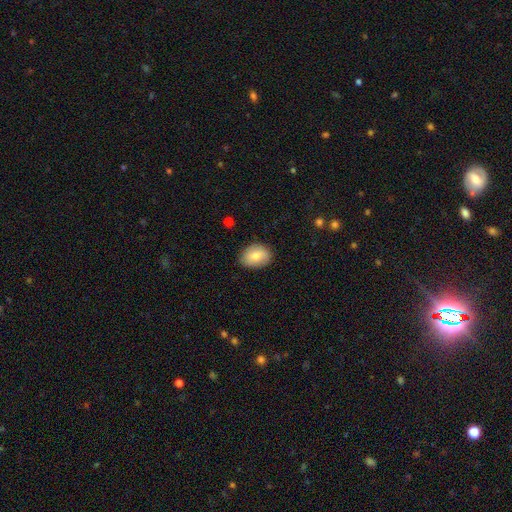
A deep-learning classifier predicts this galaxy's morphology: Smooth or featured: smooth — 80% (featured or disk — 13%)
How rounded: in between — 71% (round — 28%)
Merging: none — 83% (minor disturbance — 13%)